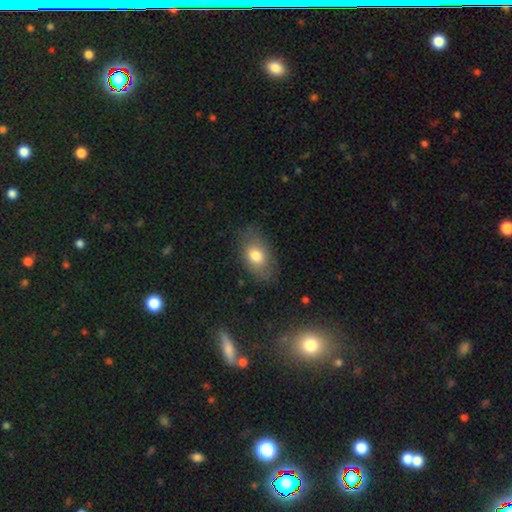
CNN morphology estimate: smooth_or_featured: smooth (p=0.78) [alt: featured or disk p=0.14]
how_rounded: in between (p=0.87) [alt: round p=0.11]
merging: none (p=0.76) [alt: minor disturbance p=0.17]